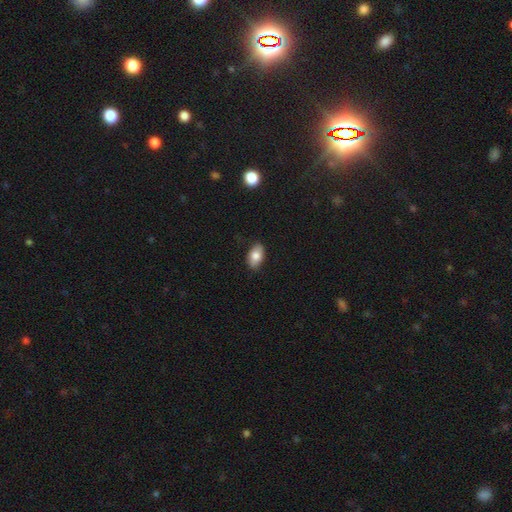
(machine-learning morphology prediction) Q: Smooth or featured?
A: smooth (80%); runner-up: featured or disk (13%)
Q: How rounded?
A: in between (91%); runner-up: round (7%)
Q: Merging?
A: none (85%); runner-up: minor disturbance (12%)